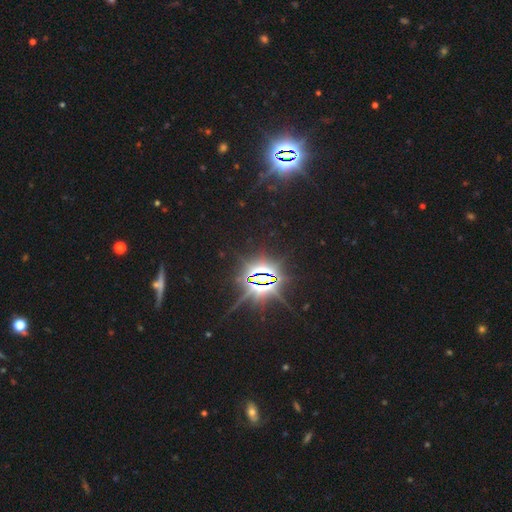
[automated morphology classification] Q: Smooth or featured?
A: star or artifact (84%); runner-up: smooth (8%)